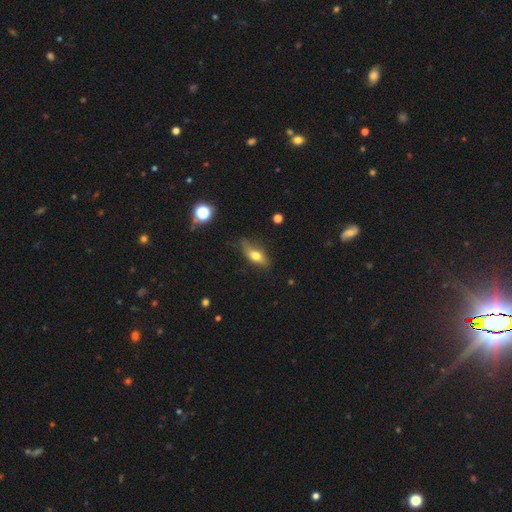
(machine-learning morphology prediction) smooth_or_featured: smooth (p=0.63) [alt: featured or disk p=0.28]
how_rounded: in between (p=0.71) [alt: cigar-shaped p=0.23]
merging: none (p=0.68) [alt: minor disturbance p=0.24]